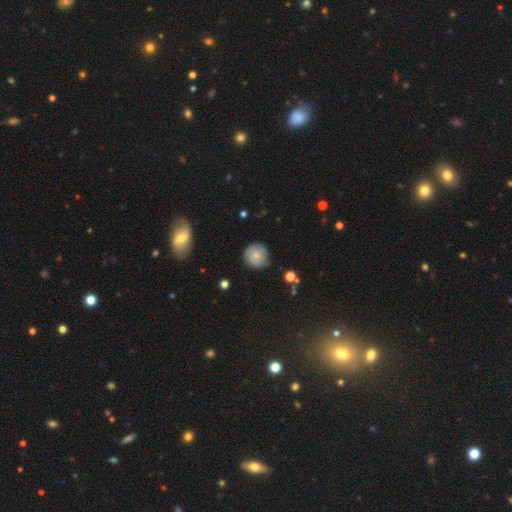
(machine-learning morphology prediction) smooth-or-featured: smooth: 56% | featured or disk: 36% | star or artifact: 9%
  how-rounded: round: 90% | in between: 9% | cigar-shaped: 1%
  merging: none: 77% | minor disturbance: 18% | major disturbance: 4% | merger: 2%